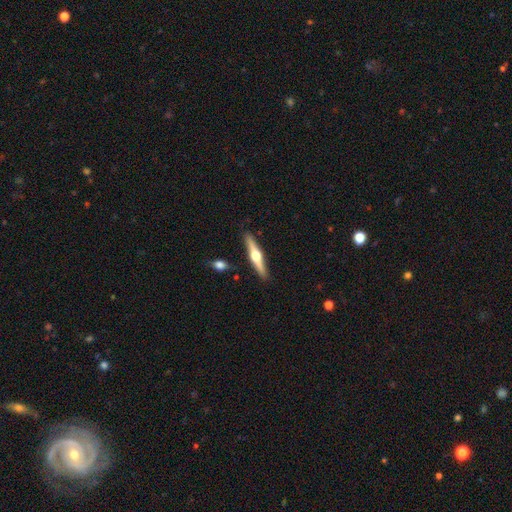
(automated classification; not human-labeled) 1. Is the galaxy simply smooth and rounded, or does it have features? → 72% featured or disk, 23% smooth, 5% star or artifact.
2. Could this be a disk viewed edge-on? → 98% yes, 2% no.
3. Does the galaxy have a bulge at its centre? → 96% rounded, 2% boxy, 2% none.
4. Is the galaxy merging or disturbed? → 89% none, 7% minor disturbance, 2% merger, 2% major disturbance.